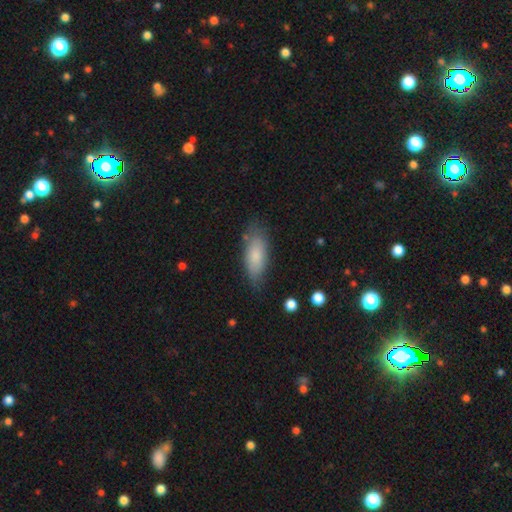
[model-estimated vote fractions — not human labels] Overall: smooth (80%). How rounded: in between (77%). Merging: none (72%).